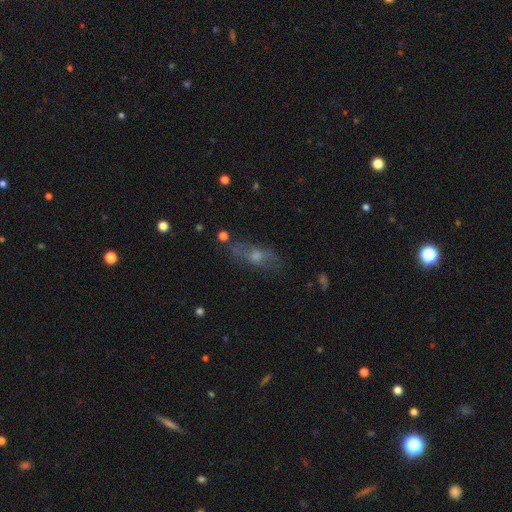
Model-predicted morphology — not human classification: A featured or disk galaxy (43%, tied with smooth). Merging: none (66%).